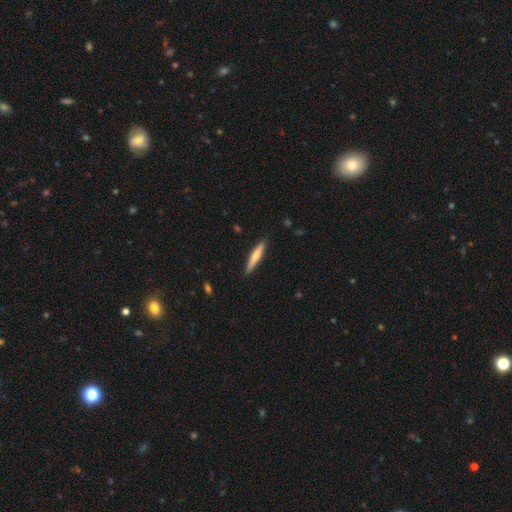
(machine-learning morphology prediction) Q: Smooth or featured?
A: smooth (60%); runner-up: featured or disk (35%)
Q: How rounded?
A: cigar-shaped (91%); runner-up: in between (8%)
Q: Merging?
A: none (88%); runner-up: minor disturbance (9%)